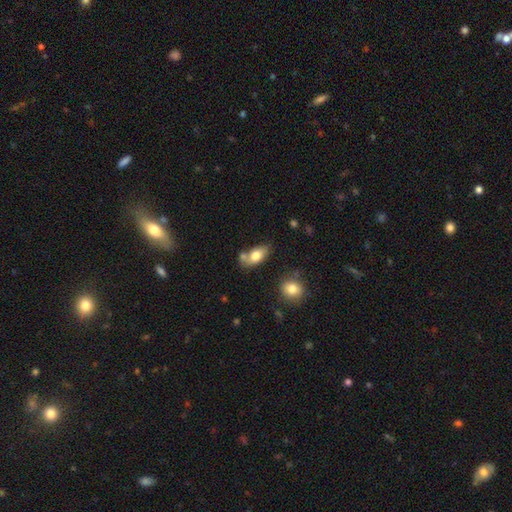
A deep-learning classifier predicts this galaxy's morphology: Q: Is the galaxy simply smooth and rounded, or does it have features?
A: smooth — 76%.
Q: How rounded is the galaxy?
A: in between — 87%.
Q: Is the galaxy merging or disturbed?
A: none — 51%.